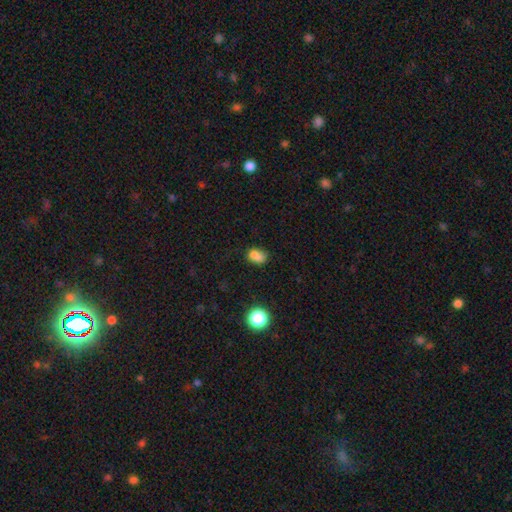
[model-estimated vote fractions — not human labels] Smooth or featured? Predicted: smooth (p=0.77). How rounded? Predicted: in between (p=0.70). Merging? Predicted: none (p=0.45).